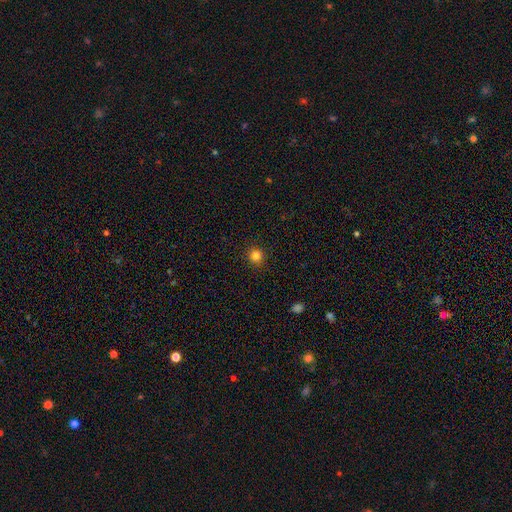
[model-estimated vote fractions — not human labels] smooth 82%, star or artifact 13%, featured or disk 4%. Down the decision tree: how rounded — round (94%); merging — none (92%).